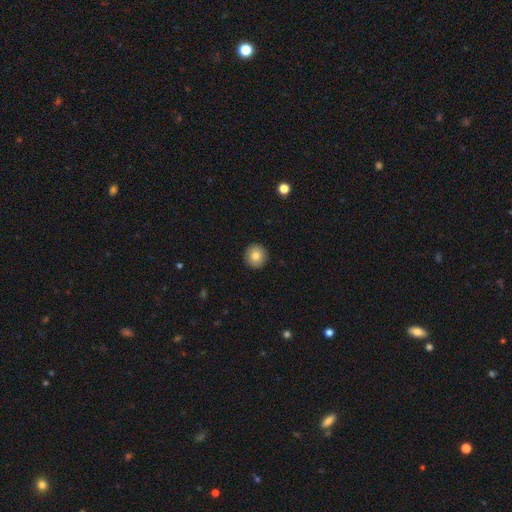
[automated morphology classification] A smooth galaxy with no disk features (81%) that is round (95%).

Vote fractions:
- Smooth or featured? smooth: 81% / featured or disk: 10% / star or artifact: 9%
- How rounded? round: 95% / in between: 4% / cigar-shaped: 1%
- Merging? none: 92% / minor disturbance: 5% / major disturbance: 2% / merger: 1%